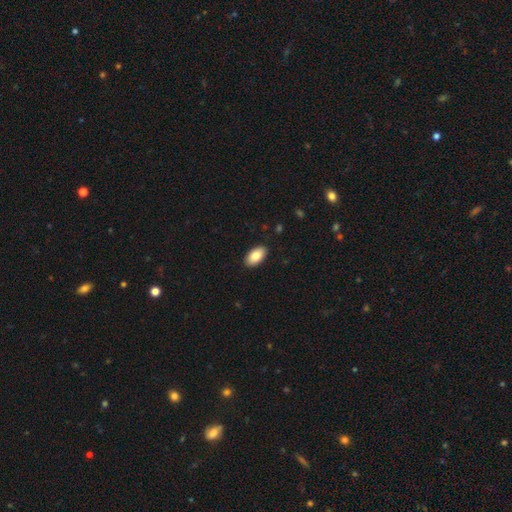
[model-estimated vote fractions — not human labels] smooth-or-featured: smooth: 86% | featured or disk: 7% | star or artifact: 7%
  how-rounded: in between: 95% | round: 3% | cigar-shaped: 2%
  merging: none: 90% | minor disturbance: 8% | major disturbance: 2% | merger: 1%